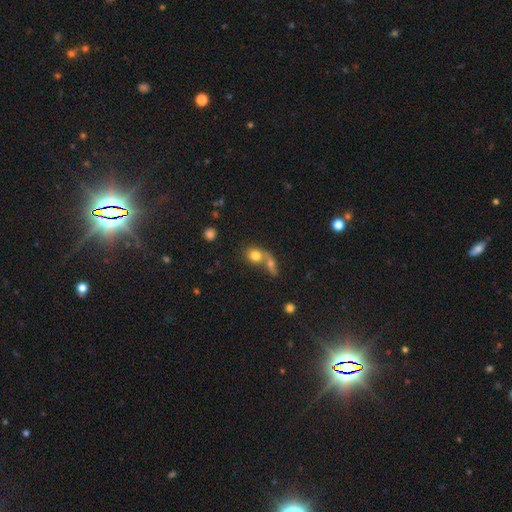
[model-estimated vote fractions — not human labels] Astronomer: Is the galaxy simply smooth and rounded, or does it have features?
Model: smooth — 76%.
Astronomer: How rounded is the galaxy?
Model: round — 64%.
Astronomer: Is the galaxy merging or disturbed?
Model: merger — 61%.